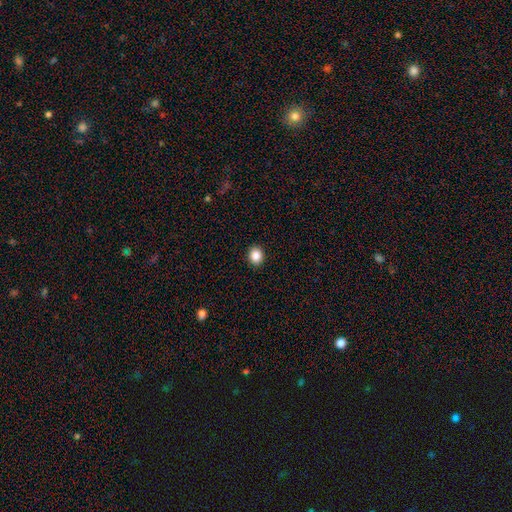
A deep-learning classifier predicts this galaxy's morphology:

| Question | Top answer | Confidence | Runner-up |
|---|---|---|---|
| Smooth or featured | smooth | 87% | star or artifact (10%) |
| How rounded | round | 71% | in between (28%) |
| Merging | none | 92% | minor disturbance (6%) |